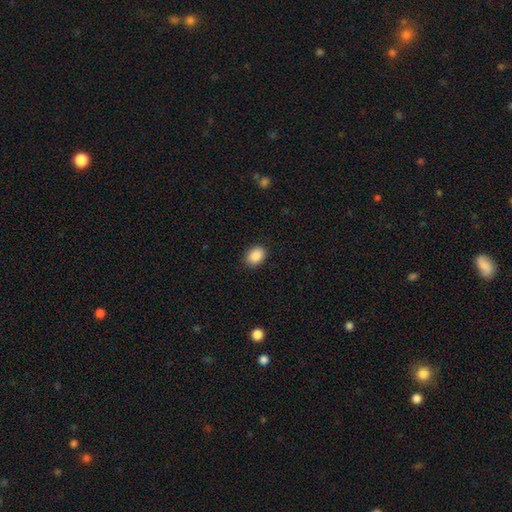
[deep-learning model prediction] This is clearly a smooth galaxy (89%). How rounded: likely in between (69%). Merging: clearly none (89%).